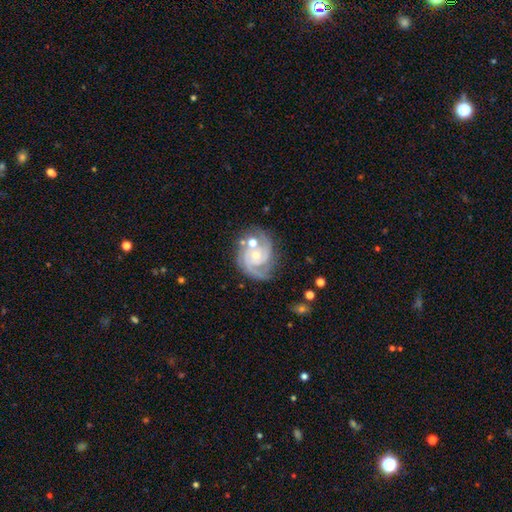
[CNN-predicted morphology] A featured or disk galaxy (88%) with no bar (69%), 2 (47%) tight (54%) spiral arms (97%) and a small central bulge (58%). Merging: none (59%).